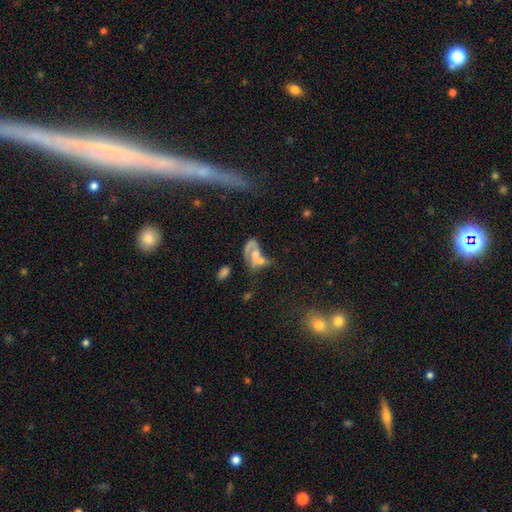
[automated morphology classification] featured or disk 47%, smooth 40%, star or artifact 13%. Down the decision tree: merging — merger (51%).